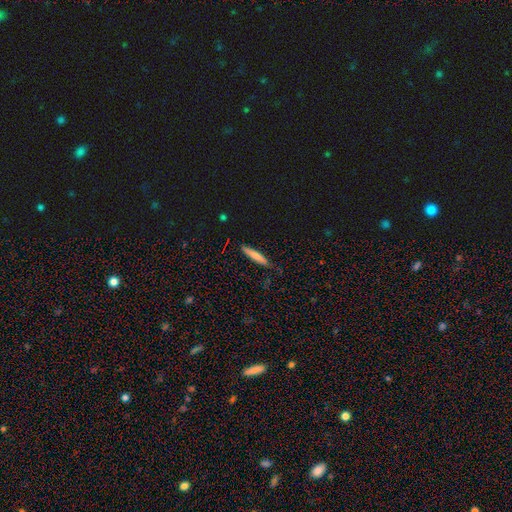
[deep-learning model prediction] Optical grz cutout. It shows a smooth galaxy with no disk features (69%) that is cigar-shaped (91%). Merging: none (80%).